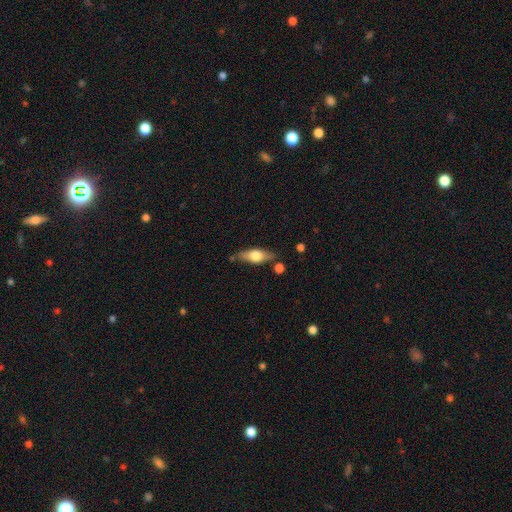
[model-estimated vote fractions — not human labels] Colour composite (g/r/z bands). It shows a smooth galaxy with no disk features (47%). Merging: none (76%).